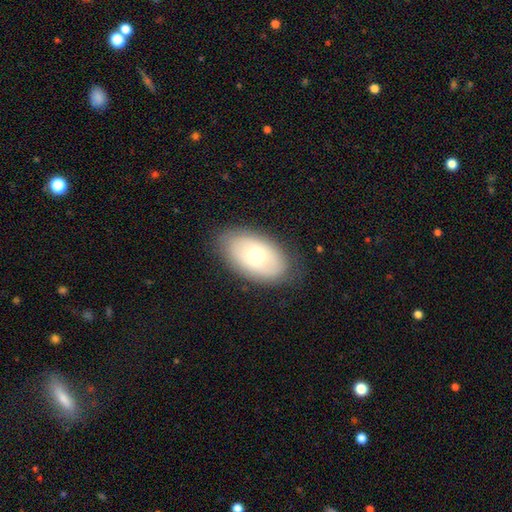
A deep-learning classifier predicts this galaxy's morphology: Smooth or featured? Predicted: smooth (p=0.62). How rounded? Predicted: in between (p=0.91). Merging? Predicted: none (p=0.82).